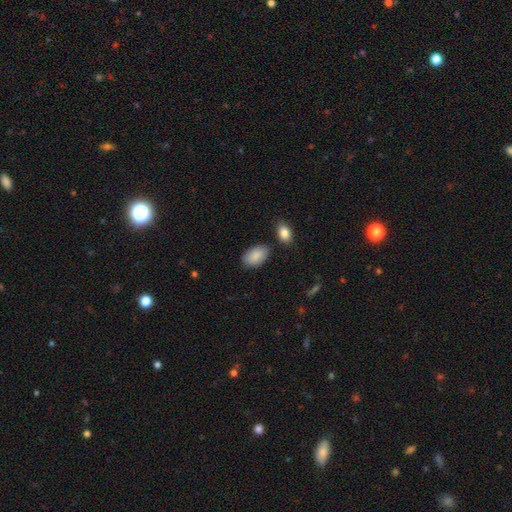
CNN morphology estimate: Smooth or featured? Predicted: smooth (p=0.88). How rounded? Predicted: in between (p=0.93). Merging? Predicted: none (p=0.81).